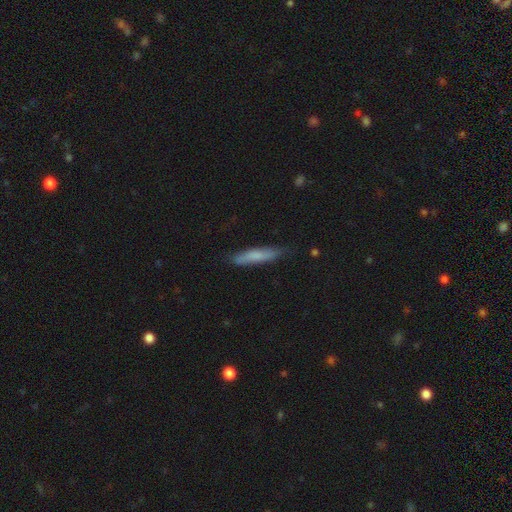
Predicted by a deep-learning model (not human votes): smooth_or_featured: smooth (p=0.70) [alt: featured or disk p=0.23]
how_rounded: cigar-shaped (p=0.87) [alt: in between p=0.12]
merging: none (p=0.79) [alt: minor disturbance p=0.16]